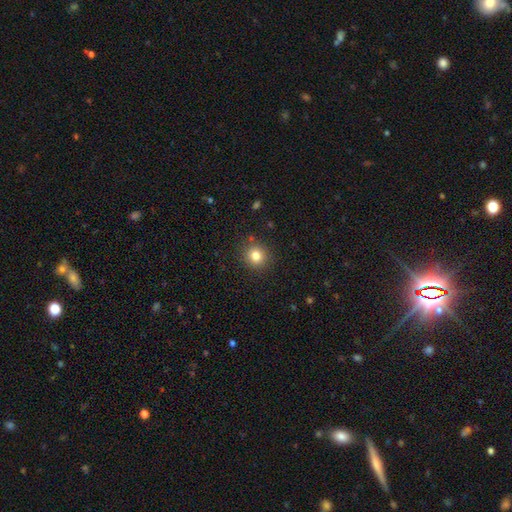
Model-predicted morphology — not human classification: smooth-or-featured: smooth: 81% | star or artifact: 12% | featured or disk: 7%
  how-rounded: round: 90% | in between: 9% | cigar-shaped: 1%
  merging: none: 88% | minor disturbance: 7% | major disturbance: 3% | merger: 2%